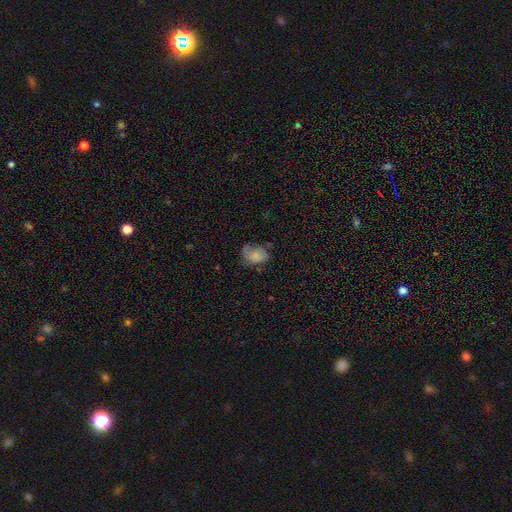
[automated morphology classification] This appears to be a smooth galaxy with no disk features (76%) that is in between round and cigar-shaped (64%). Merging: none (49%).